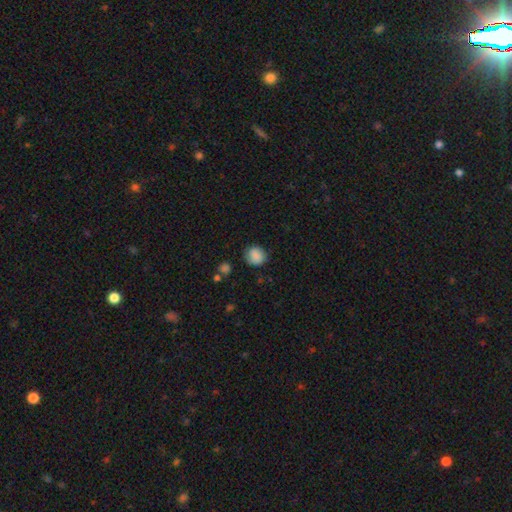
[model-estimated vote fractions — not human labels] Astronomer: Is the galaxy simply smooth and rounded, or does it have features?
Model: smooth — 86%.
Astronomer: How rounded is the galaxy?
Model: round — 79%.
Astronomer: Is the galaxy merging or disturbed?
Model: none — 79%.